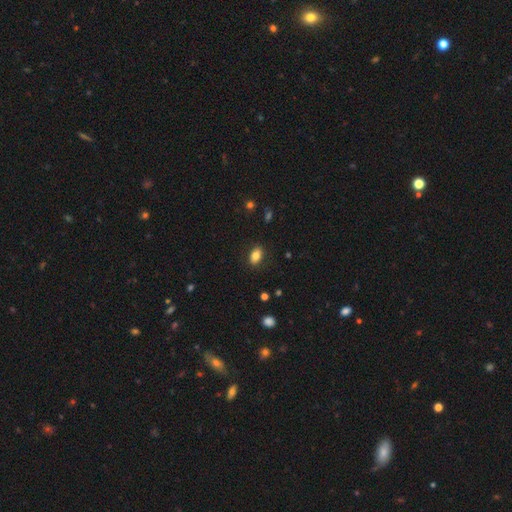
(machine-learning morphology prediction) A smooth galaxy with no disk features (82%) that is in between round and cigar-shaped (87%). Merging: none (87%).